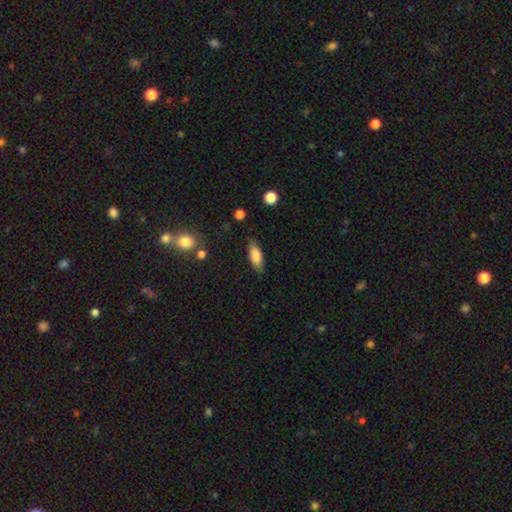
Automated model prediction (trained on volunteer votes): This is clearly a smooth galaxy (82%). How rounded: likely in between (76%). Merging: clearly none (81%).